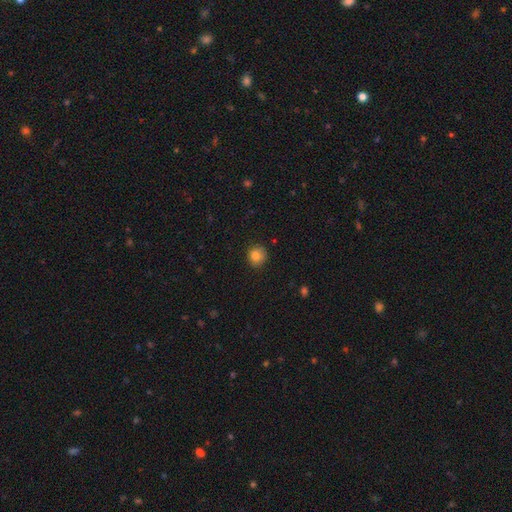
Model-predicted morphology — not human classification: Overall: smooth (82%). How rounded: round (88%). Merging: none (87%).